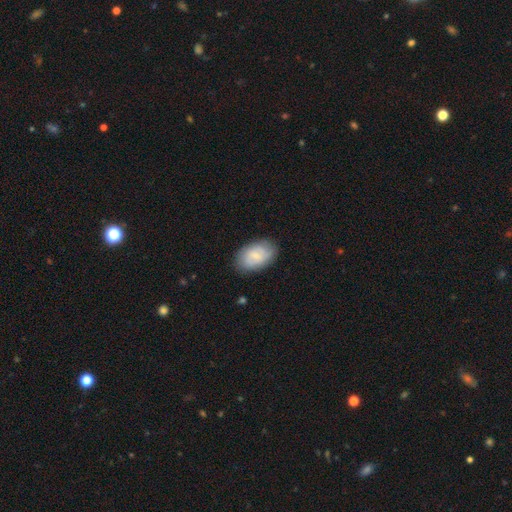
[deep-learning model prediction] Overall: smooth (69%). How rounded: in between (91%). Merging: none (82%).